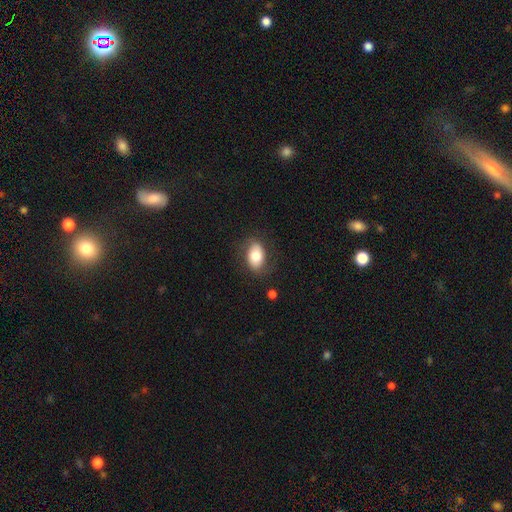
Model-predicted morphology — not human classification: This appears to be a smooth galaxy with no disk features (77%) that is in between round and cigar-shaped (87%). Merging: none (78%).